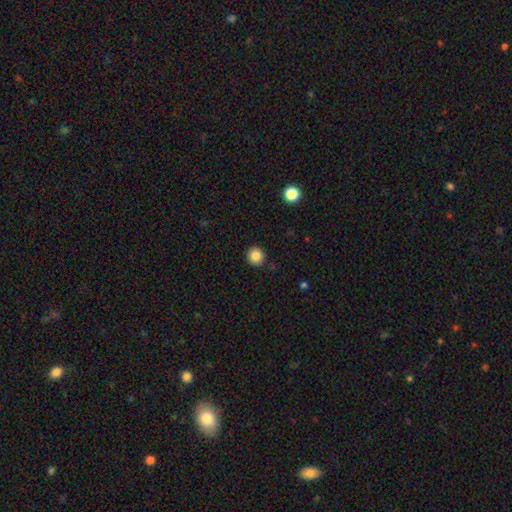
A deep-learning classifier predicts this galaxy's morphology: smooth-or-featured: smooth: 84% | star or artifact: 10% | featured or disk: 6%
  how-rounded: round: 92% | in between: 7% | cigar-shaped: 1%
  merging: none: 92% | minor disturbance: 5% | major disturbance: 2% | merger: 1%